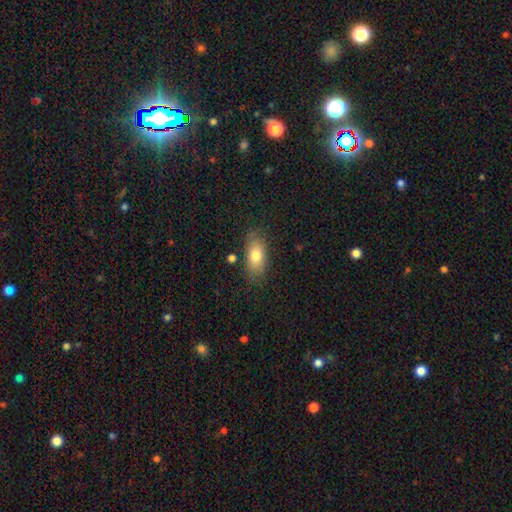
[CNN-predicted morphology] The model was most divided on "smooth or featured": smooth: 77%, featured or disk: 16%, star or artifact: 8%. More confident: how rounded — in between (86%); merging — none (78%).